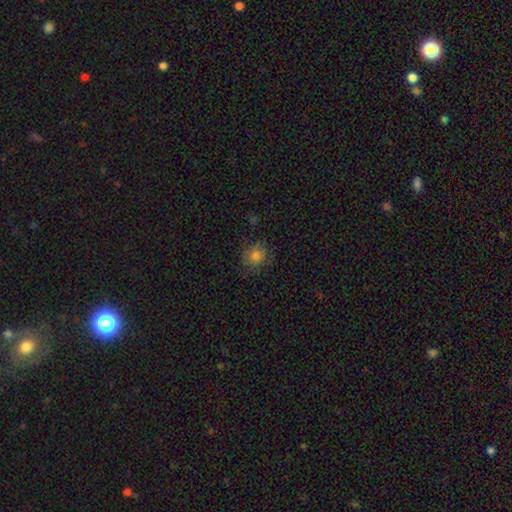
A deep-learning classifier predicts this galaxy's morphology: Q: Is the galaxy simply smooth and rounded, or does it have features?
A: smooth — 80%.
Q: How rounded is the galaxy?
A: round — 84%.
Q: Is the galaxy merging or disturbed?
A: none — 81%.